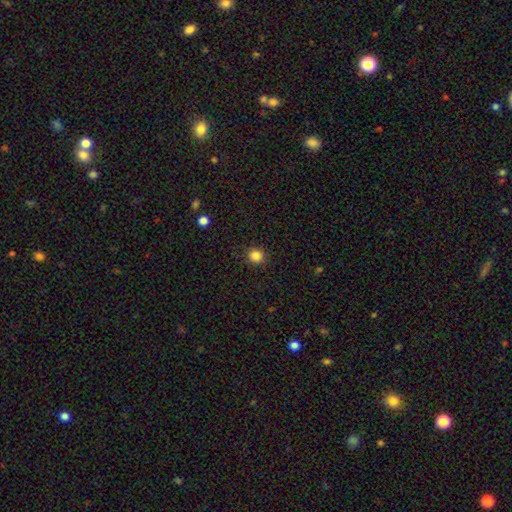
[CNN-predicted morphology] Overall: smooth (85%). How rounded: round (88%). Merging: none (90%).